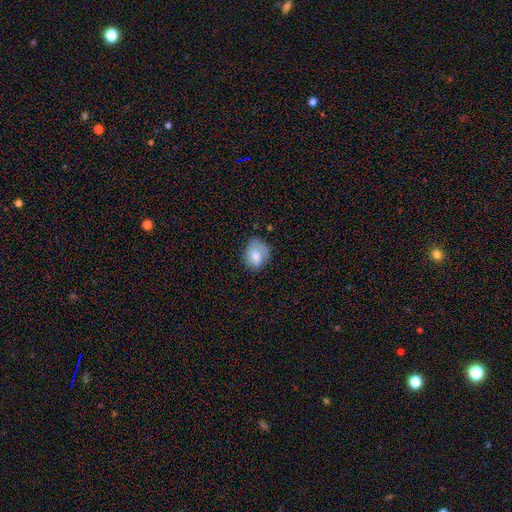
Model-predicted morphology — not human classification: type=smooth (77%); roundness=in between (56%); merging=none (54%).